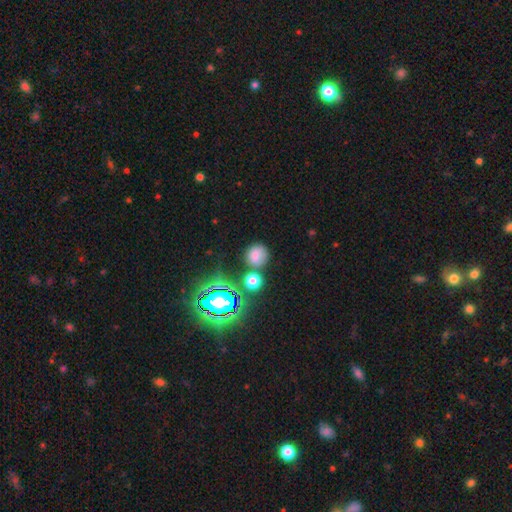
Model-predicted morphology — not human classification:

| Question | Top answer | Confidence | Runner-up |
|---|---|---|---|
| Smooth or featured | smooth | 71% | star or artifact (19%) |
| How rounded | round | 80% | in between (18%) |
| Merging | none | 70% | minor disturbance (14%) |